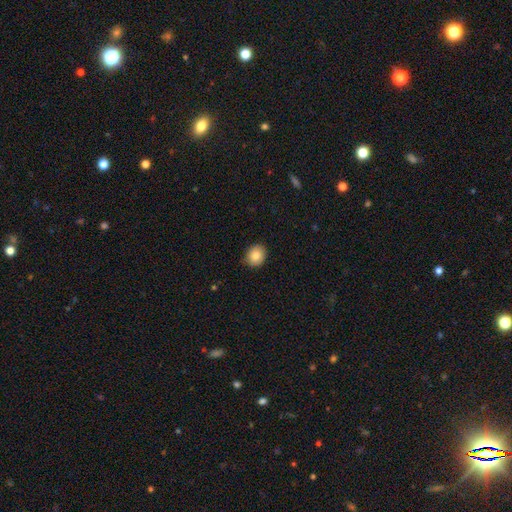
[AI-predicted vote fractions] Morphology: type=smooth (85%); roundness=round (68%); merging=none (87%).